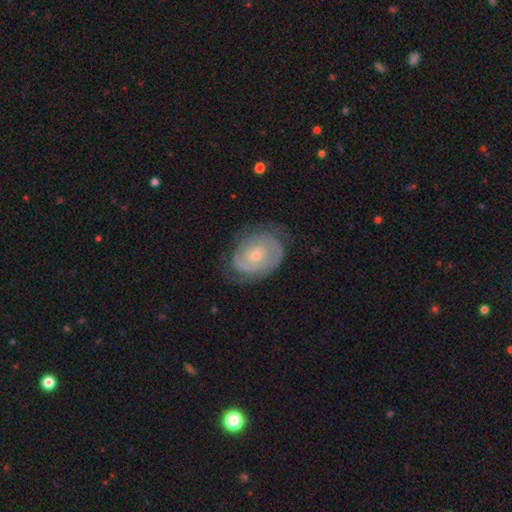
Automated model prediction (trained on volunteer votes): Morphology: type=featured or disk (82%); edge-on=no (97%); bar=no (72%); spiral arms=yes (93%); winding=tight (67%); arm count=2 (58%); bulge=small (65%); merging=none (72%).